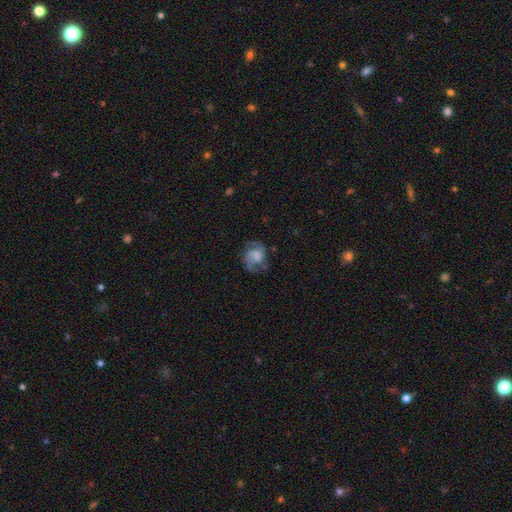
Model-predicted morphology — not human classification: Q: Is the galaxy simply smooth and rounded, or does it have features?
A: featured or disk — 63%.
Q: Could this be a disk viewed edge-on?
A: no — 98%.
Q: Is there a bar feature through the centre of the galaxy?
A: no — 57%.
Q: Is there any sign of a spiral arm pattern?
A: yes — 88%.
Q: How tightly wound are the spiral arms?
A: medium — 49%.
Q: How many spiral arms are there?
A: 2 — 76%.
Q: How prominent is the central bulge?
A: none — 31%.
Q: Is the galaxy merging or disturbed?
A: none — 59%.